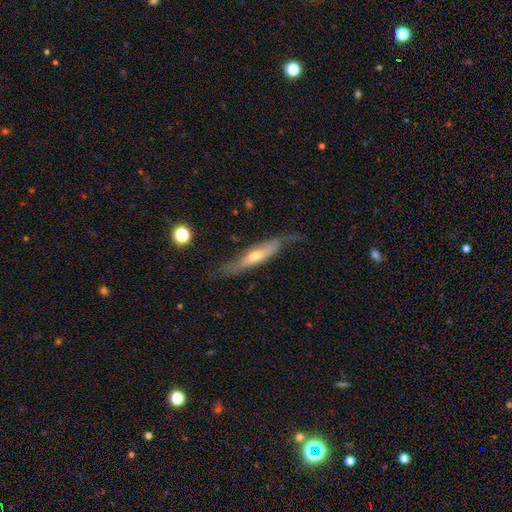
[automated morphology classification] featured or disk 57%, smooth 37%, star or artifact 6%. Down the decision tree: edge-on disk — yes (71%); merging — none (65%).